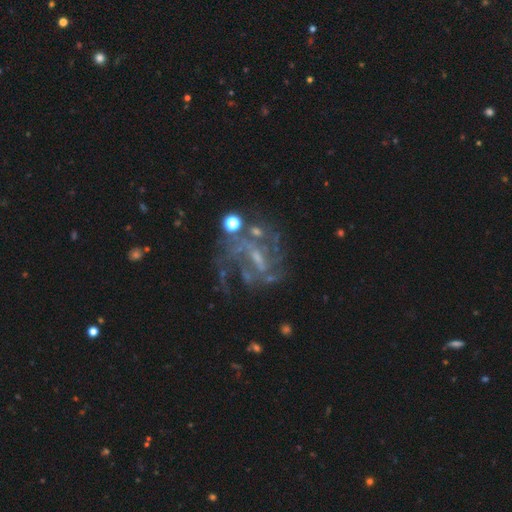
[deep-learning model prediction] Q: Smooth or featured?
A: featured or disk (78%); runner-up: star or artifact (14%)
Q: Edge-on disk?
A: no (97%); runner-up: yes (3%)
Q: Bar?
A: weak (48%); runner-up: no (27%)
Q: Spiral arms?
A: yes (82%); runner-up: no (18%)
Q: Spiral winding?
A: medium (44%); runner-up: loose (30%)
Q: Spiral arm count?
A: can't tell (34%); runner-up: 2 (25%)
Q: Bulge size?
A: small (55%); runner-up: none (26%)
Q: Merging?
A: none (49%); runner-up: major disturbance (26%)